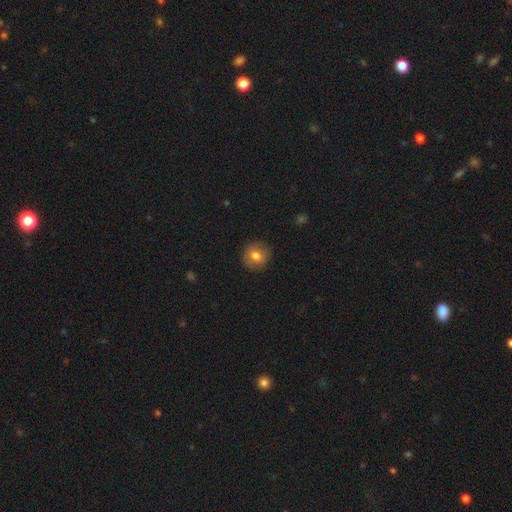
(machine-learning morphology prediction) The model was most divided on "smooth or featured": smooth: 74%, featured or disk: 17%, star or artifact: 9%. More confident: merging — none (89%); how rounded — round (88%).